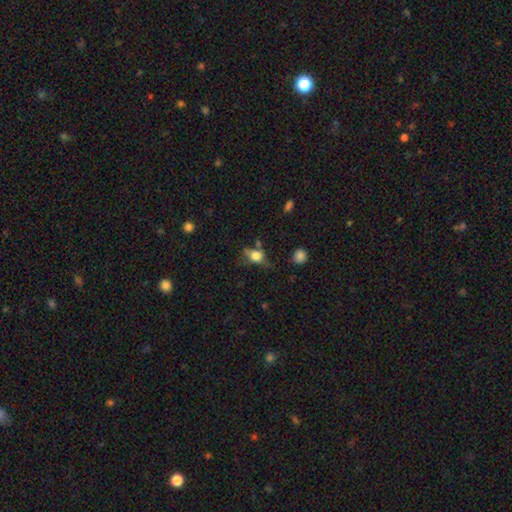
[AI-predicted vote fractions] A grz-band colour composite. It shows a smooth galaxy with no disk features (60%) that is round (48%). Merging: none (56%).